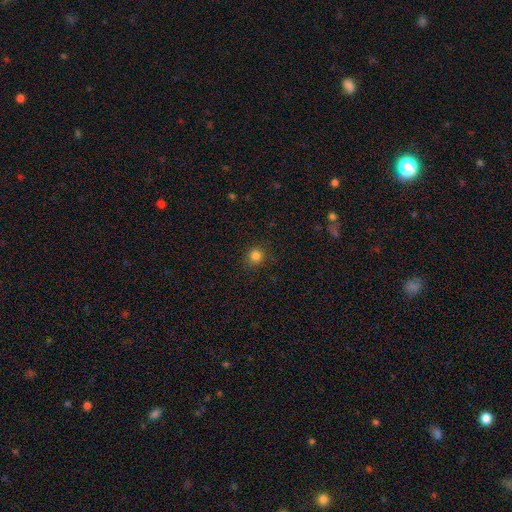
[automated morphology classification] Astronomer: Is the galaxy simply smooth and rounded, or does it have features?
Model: smooth — 83%.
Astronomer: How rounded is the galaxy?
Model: round — 90%.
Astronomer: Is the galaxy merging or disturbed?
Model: none — 89%.